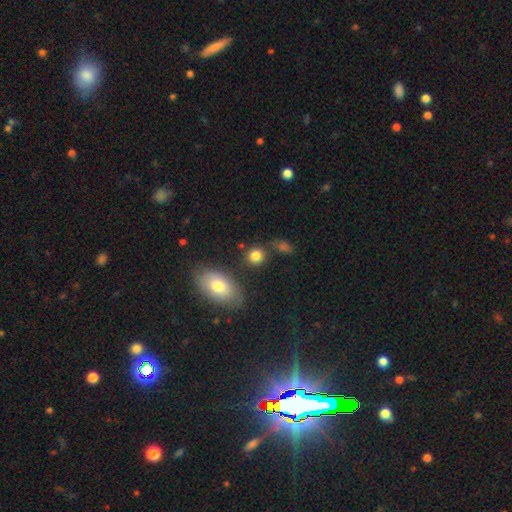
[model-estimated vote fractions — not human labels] Smooth or featured? Predicted: smooth (p=0.83). How rounded? Predicted: round (p=0.79). Merging? Predicted: none (p=0.73).